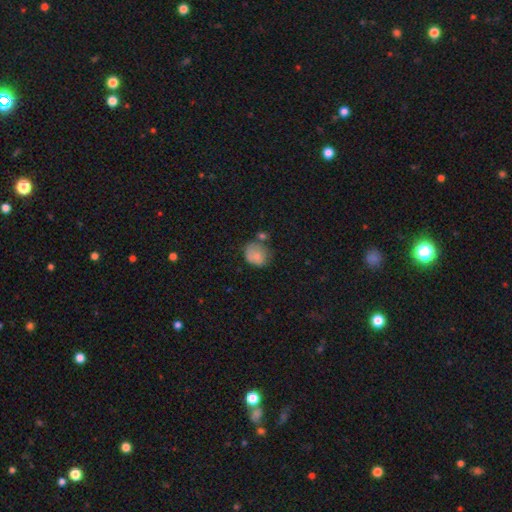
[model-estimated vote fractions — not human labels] A smooth galaxy with no disk features (74%) that is round (61%). Merging: none (48%).